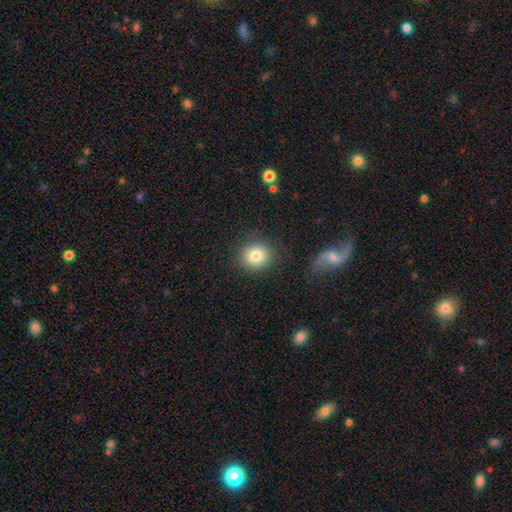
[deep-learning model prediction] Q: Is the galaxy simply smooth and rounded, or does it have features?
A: smooth — 82%.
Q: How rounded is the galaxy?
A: round — 85%.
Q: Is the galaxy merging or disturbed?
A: none — 85%.